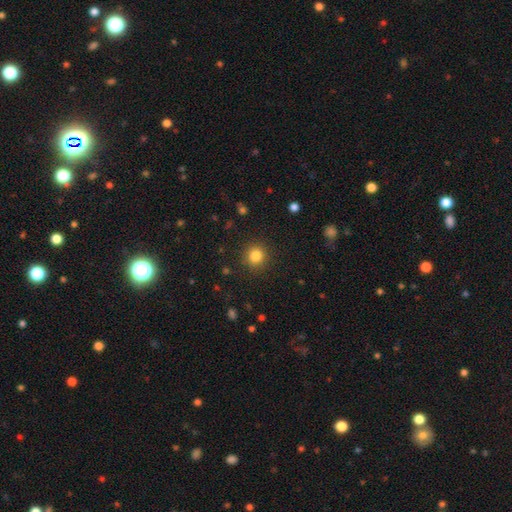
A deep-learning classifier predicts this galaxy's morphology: Q: Smooth or featured?
A: smooth (83%); runner-up: star or artifact (12%)
Q: How rounded?
A: round (90%); runner-up: in between (9%)
Q: Merging?
A: none (90%); runner-up: minor disturbance (7%)